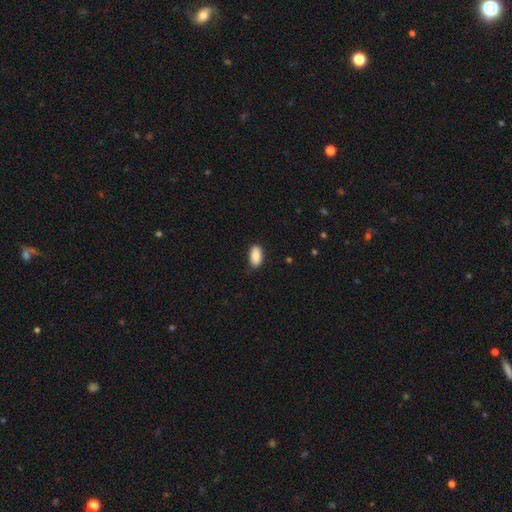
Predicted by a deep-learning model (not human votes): Smooth or featured?
  - smooth: 89% *
  - star or artifact: 7%
  - featured or disk: 5%
How rounded?
  - in between: 93% *
  - cigar-shaped: 4%
  - round: 3%
Merging?
  - none: 84% *
  - minor disturbance: 13%
  - major disturbance: 2%
  - merger: 1%